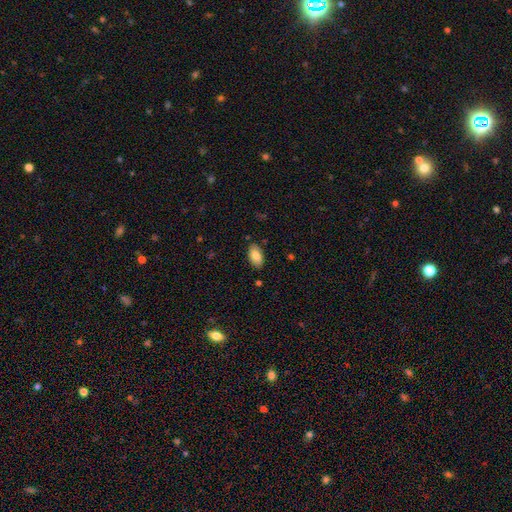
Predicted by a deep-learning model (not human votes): Q: Smooth or featured?
A: smooth (84%); runner-up: featured or disk (10%)
Q: How rounded?
A: in between (94%); runner-up: round (3%)
Q: Merging?
A: none (86%); runner-up: minor disturbance (10%)